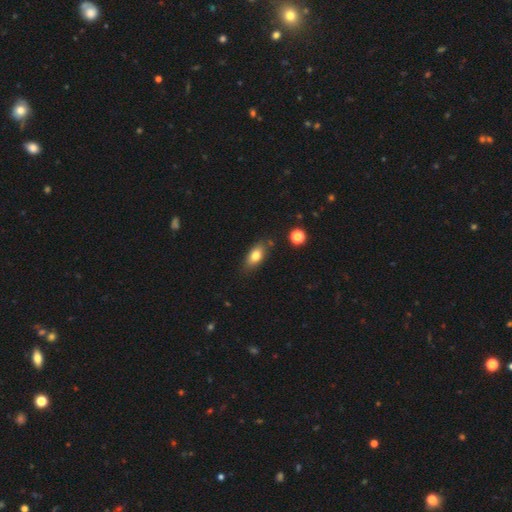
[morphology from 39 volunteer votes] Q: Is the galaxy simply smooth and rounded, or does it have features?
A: smooth — 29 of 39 (74%).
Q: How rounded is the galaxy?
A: in between — 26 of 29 (90%).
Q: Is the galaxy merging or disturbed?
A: none — 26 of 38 (68%).